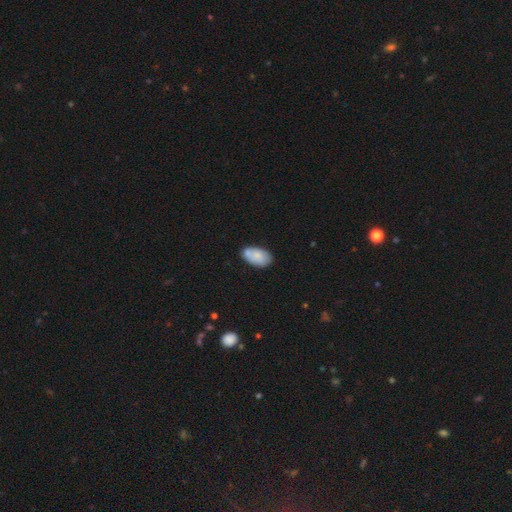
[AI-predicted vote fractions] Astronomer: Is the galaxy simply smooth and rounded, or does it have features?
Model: smooth — 74%.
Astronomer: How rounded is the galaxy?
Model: in between — 93%.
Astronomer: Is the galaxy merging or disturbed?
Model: none — 61%.